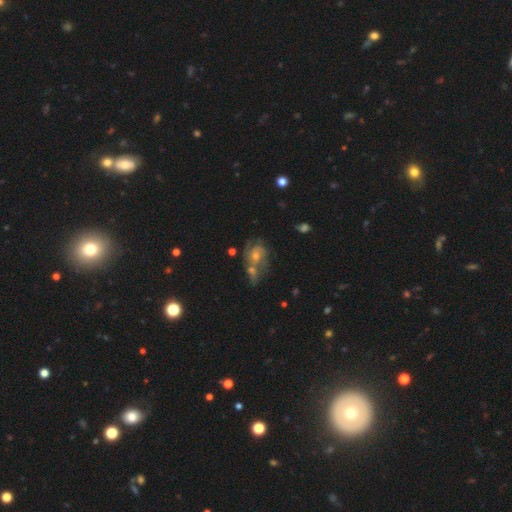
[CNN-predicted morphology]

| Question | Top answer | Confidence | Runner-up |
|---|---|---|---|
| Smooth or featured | featured or disk | 59% | smooth (24%) |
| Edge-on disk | no | 95% | yes (5%) |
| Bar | no | 67% | weak (27%) |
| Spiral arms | yes | 79% | no (21%) |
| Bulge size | moderate | 49% | small (40%) |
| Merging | merger | 37% | tied: none (37%) |